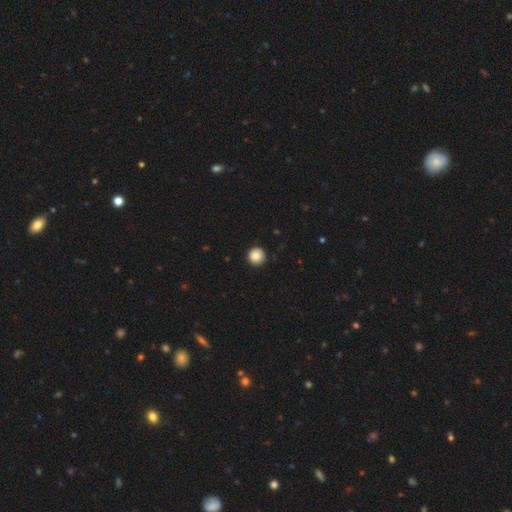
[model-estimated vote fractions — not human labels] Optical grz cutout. It shows a smooth galaxy with no disk features (87%) that is round (96%). Merging: none (91%).